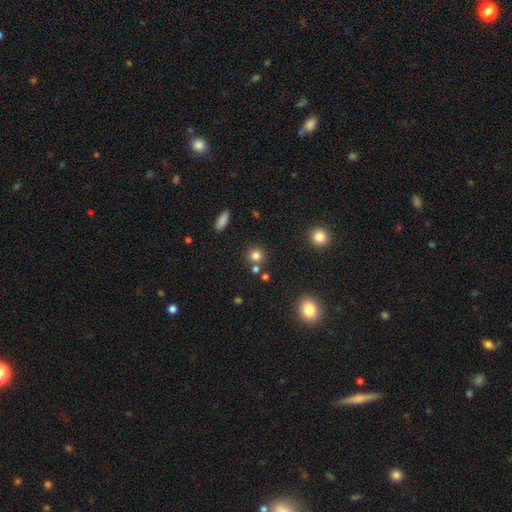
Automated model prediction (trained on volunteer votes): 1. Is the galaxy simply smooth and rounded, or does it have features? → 78% smooth, 14% star or artifact, 8% featured or disk.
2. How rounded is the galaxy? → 90% round, 9% in between, 1% cigar-shaped.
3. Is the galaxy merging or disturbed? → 74% none, 15% merger, 8% minor disturbance, 3% major disturbance.